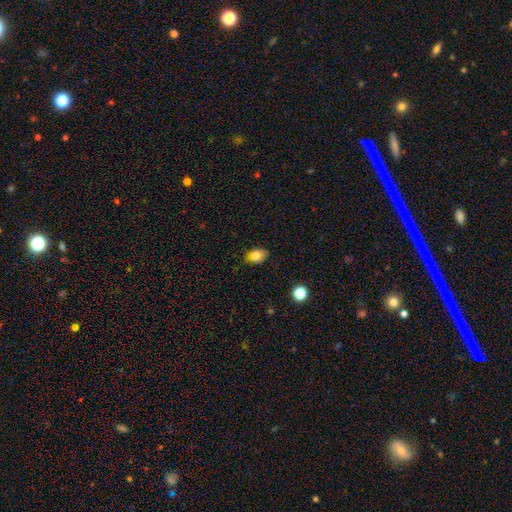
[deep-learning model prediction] Smooth or featured? Predicted: smooth (p=0.80). How rounded? Predicted: in between (p=0.79). Merging? Predicted: none (p=0.81).